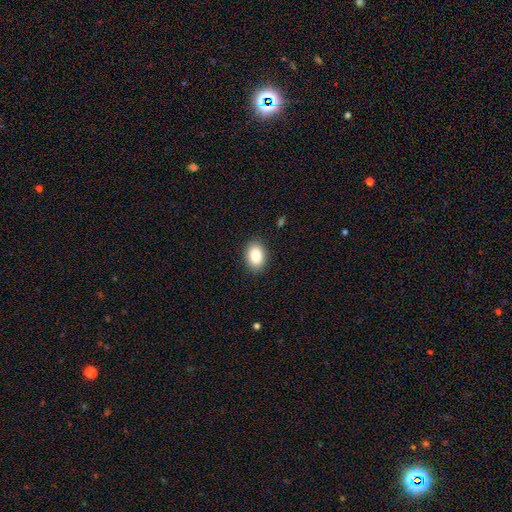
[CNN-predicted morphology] A smooth galaxy with no disk features (88%) that is in between round and cigar-shaped (86%). Merging: none (88%).